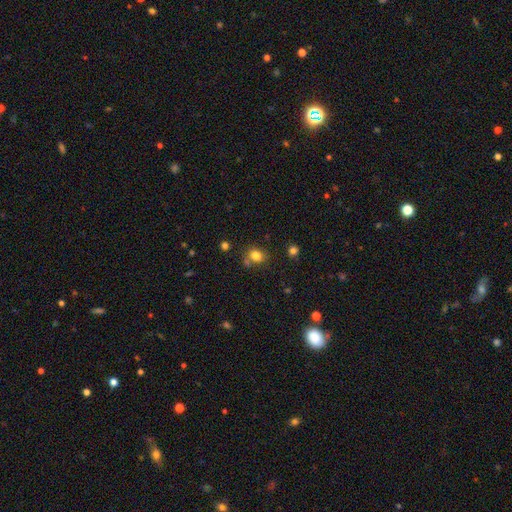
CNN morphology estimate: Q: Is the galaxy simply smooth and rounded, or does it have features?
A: smooth — 80%.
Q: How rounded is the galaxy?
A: round — 60%.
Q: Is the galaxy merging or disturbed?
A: none — 68%.